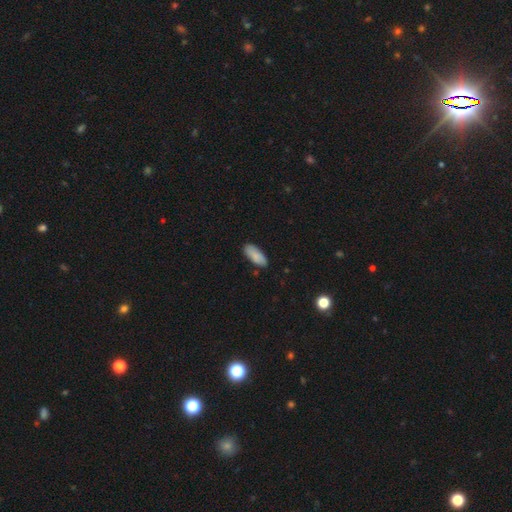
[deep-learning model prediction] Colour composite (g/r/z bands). It shows a smooth galaxy with no disk features (86%) that is in between round and cigar-shaped (81%). Merging: none (83%).